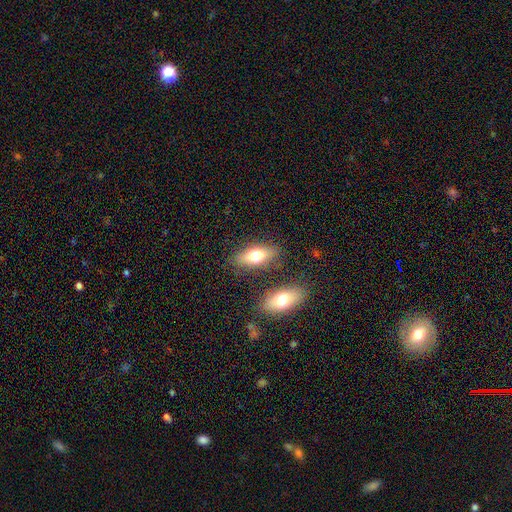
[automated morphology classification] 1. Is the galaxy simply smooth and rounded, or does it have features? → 68% smooth, 25% featured or disk, 8% star or artifact.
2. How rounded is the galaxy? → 78% in between, 18% cigar-shaped, 4% round.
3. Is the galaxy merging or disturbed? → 79% none, 12% minor disturbance, 6% merger, 3% major disturbance.